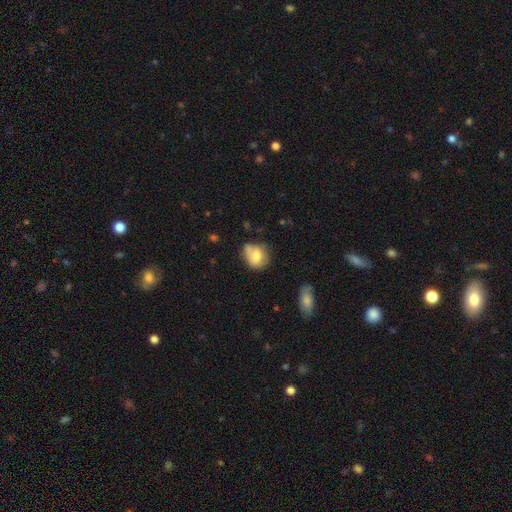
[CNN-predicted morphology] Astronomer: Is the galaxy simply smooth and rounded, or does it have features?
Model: smooth — 72%.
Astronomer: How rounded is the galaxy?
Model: round — 57% (runner-up: in between, 42%).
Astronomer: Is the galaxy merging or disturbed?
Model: none — 46% (runner-up: minor disturbance, 29%).